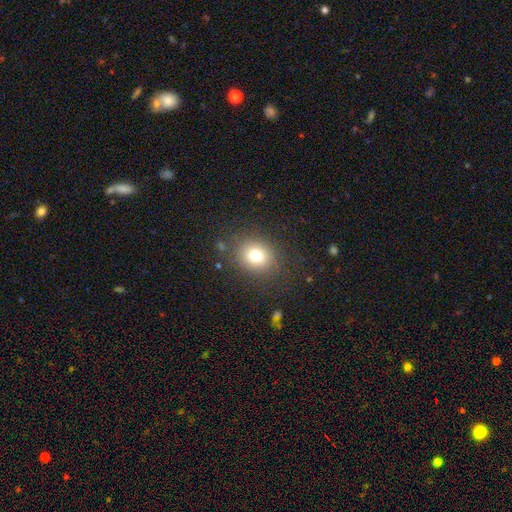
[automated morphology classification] Overall: smooth (76%). How rounded: round (71%). Merging: none (83%).